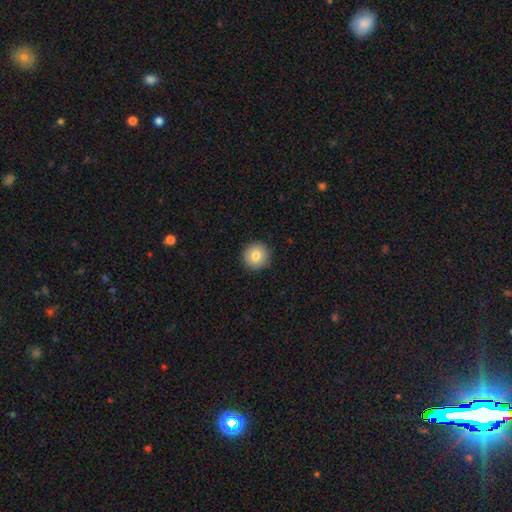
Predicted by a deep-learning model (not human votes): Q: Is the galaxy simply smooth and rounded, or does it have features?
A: smooth — 81%.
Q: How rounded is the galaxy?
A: round — 93%.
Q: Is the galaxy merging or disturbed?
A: none — 91%.